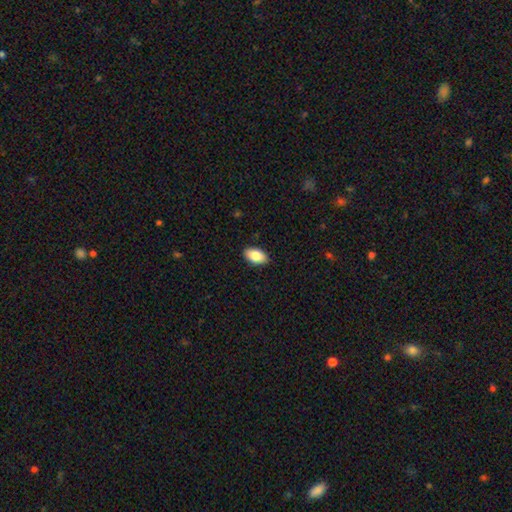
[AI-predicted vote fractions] This is clearly a smooth galaxy (85%). How rounded: clearly in between (93%). Merging: clearly none (89%).